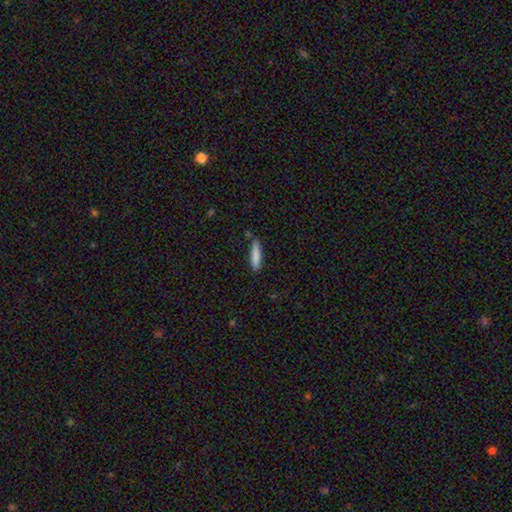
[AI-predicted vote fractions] Q: Smooth or featured?
A: smooth (84%); runner-up: featured or disk (9%)
Q: How rounded?
A: cigar-shaped (80%); runner-up: in between (19%)
Q: Merging?
A: none (80%); runner-up: minor disturbance (14%)